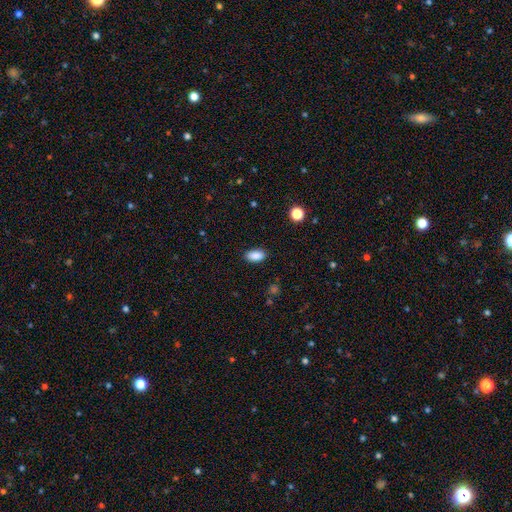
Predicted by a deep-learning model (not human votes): Morphology: type=smooth (88%); roundness=in between (93%); merging=none (88%).